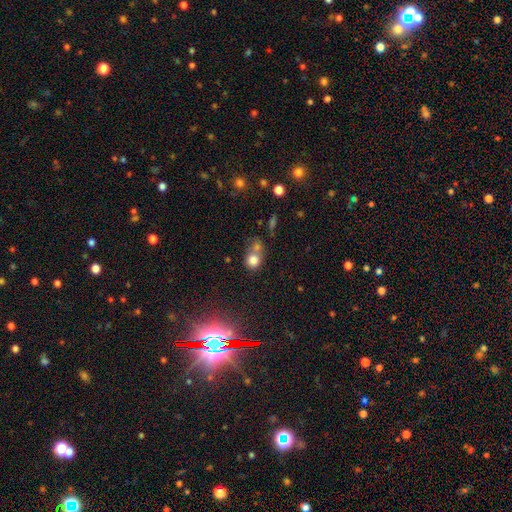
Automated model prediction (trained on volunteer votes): Smooth or featured: smooth — 53% (star or artifact — 36%)
How rounded: round — 70% (in between — 28%)
Merging: none — 46% (merger — 40%)